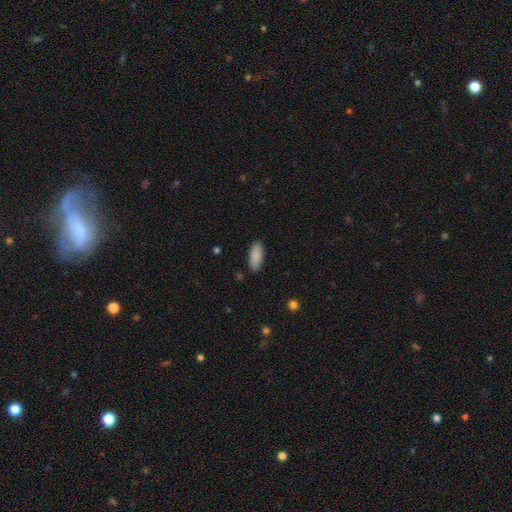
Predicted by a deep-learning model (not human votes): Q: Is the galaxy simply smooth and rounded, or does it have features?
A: smooth — 90%.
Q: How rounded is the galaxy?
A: in between — 85%.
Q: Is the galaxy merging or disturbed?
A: none — 88%.